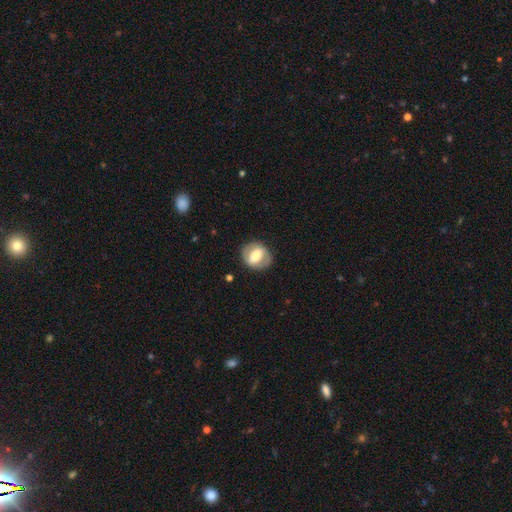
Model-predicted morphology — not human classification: This is possibly a smooth galaxy (52%). How rounded: possibly round (56%). Merging: clearly none (82%).